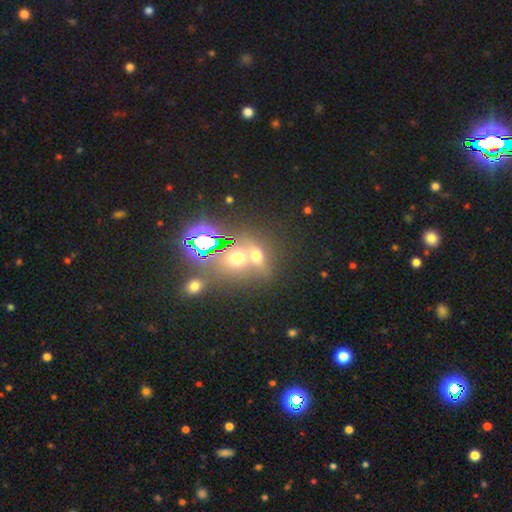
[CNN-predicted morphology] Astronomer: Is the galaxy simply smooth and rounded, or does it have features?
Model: smooth — 51% (runner-up: star or artifact, 35%).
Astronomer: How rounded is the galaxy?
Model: round — 63%.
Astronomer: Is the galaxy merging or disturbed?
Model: merger — 48% (runner-up: none, 41%).